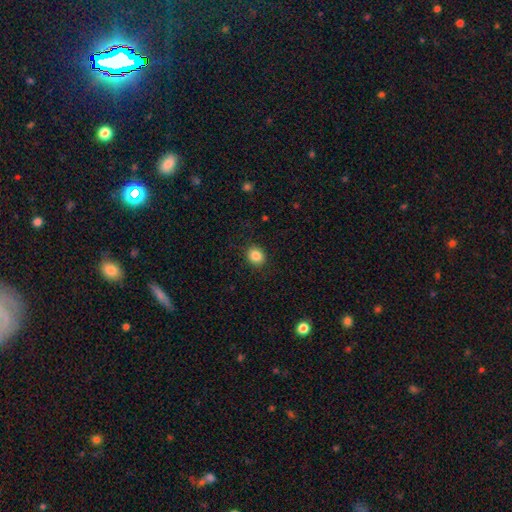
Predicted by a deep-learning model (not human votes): A smooth galaxy with no disk features (85%) that is round (74%). Merging: none (89%).